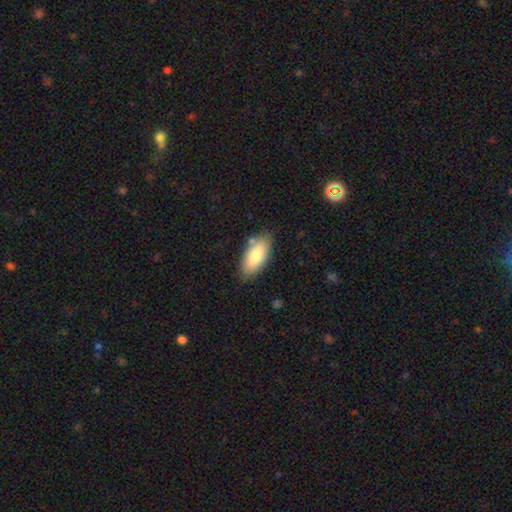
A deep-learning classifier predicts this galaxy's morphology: smooth 75%, featured or disk 18%, star or artifact 6%. Down the decision tree: how rounded — in between (89%); merging — none (79%).